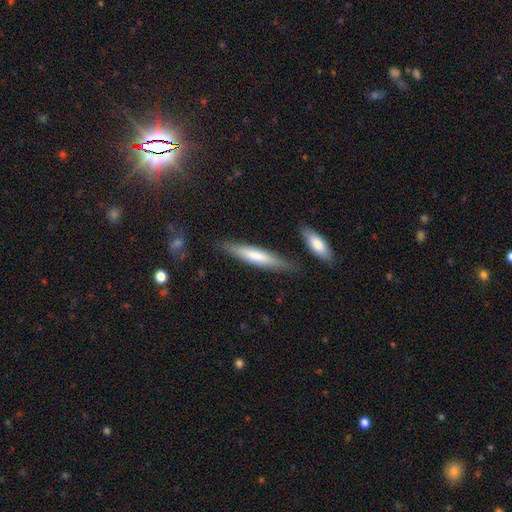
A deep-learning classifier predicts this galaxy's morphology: This appears to be a smooth galaxy with no disk features (66%) that is cigar-shaped (85%). Merging: none (81%).